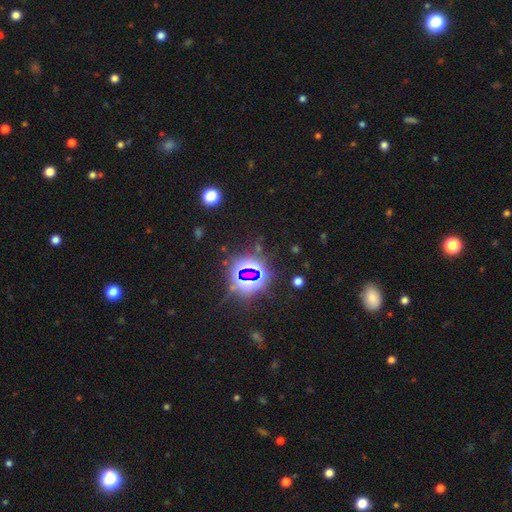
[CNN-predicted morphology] smooth-or-featured: star or artifact: 79% | smooth: 12% | featured or disk: 9%